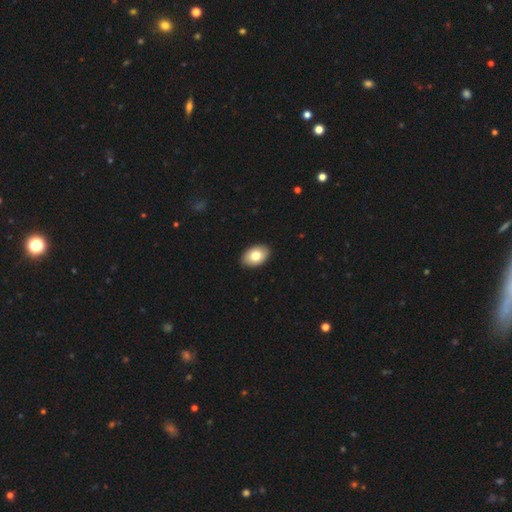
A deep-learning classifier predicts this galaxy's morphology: smooth-or-featured: smooth: 80% | featured or disk: 14% | star or artifact: 7%
  how-rounded: in between: 89% | round: 10% | cigar-shaped: 1%
  merging: none: 90% | minor disturbance: 7% | major disturbance: 2% | merger: 1%